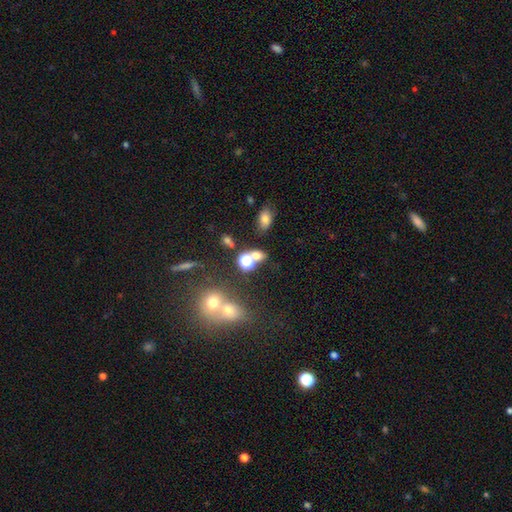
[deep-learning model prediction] Overall: smooth (61%; star or artifact 28%). How rounded: in between (52%; round 45%). Merging: none (52%; merger 30%).